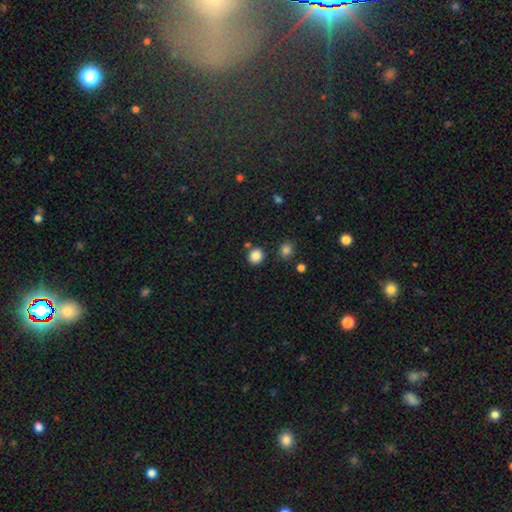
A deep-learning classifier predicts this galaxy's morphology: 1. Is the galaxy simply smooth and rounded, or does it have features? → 86% smooth, 11% star or artifact, 3% featured or disk.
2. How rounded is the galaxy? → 79% round, 20% in between, 1% cigar-shaped.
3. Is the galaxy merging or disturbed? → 82% none, 9% minor disturbance, 6% merger, 3% major disturbance.